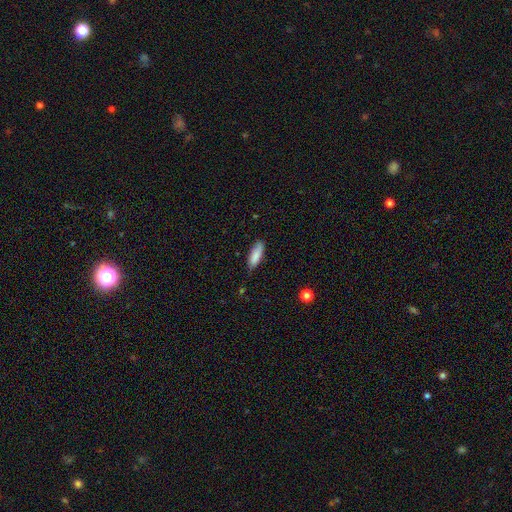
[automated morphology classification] smooth_or_featured: smooth (p=0.84) [alt: featured or disk p=0.09]
how_rounded: in between (p=0.59) [alt: cigar-shaped p=0.40]
merging: none (p=0.68) [alt: minor disturbance p=0.26]